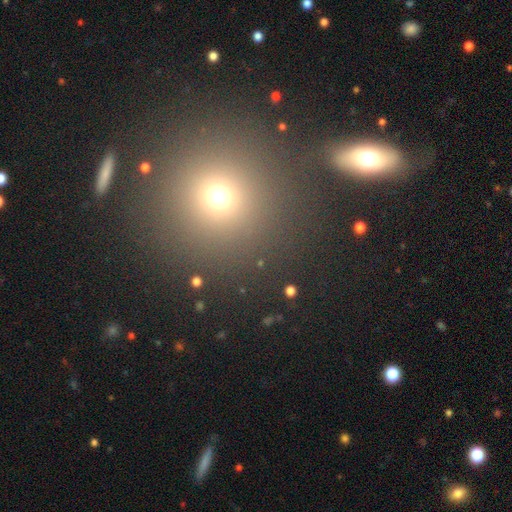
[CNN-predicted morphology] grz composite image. It shows a smooth galaxy with no disk features (54%) that is round (91%). Merging: none (84%).